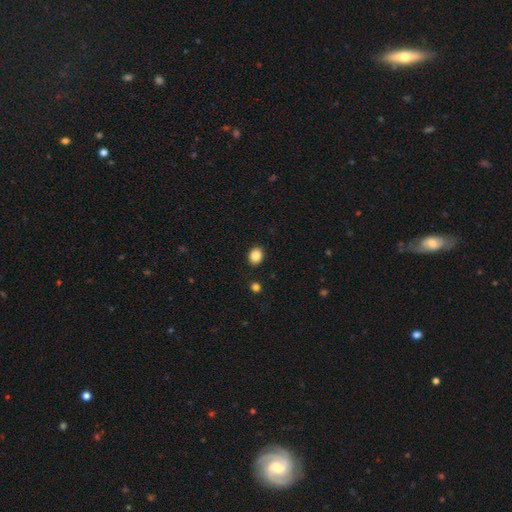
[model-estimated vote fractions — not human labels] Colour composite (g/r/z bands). It shows a smooth galaxy with no disk features (86%) that is round (52%). Merging: none (90%).